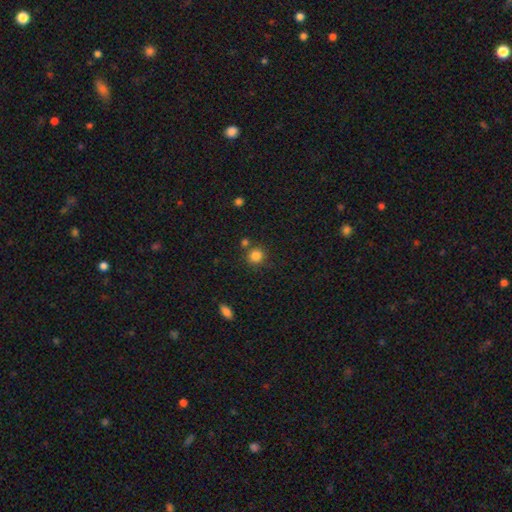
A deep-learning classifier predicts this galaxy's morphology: This is clearly a smooth galaxy (84%). How rounded: clearly round (88%). Merging: likely none (75%).